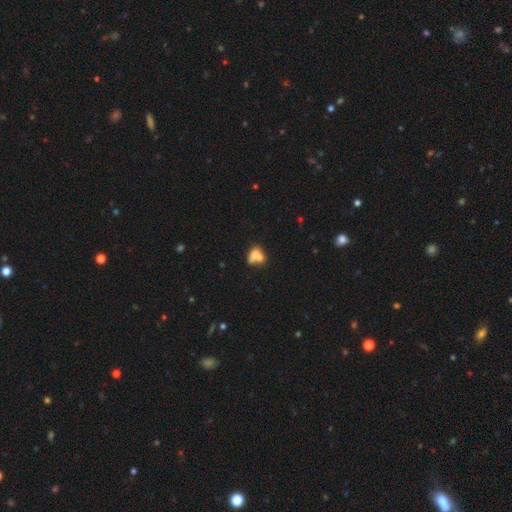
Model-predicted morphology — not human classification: Smooth or featured: smooth — 67% (featured or disk — 22%)
How rounded: in between — 60% (round — 36%)
Merging: merger — 57% (none — 25%)